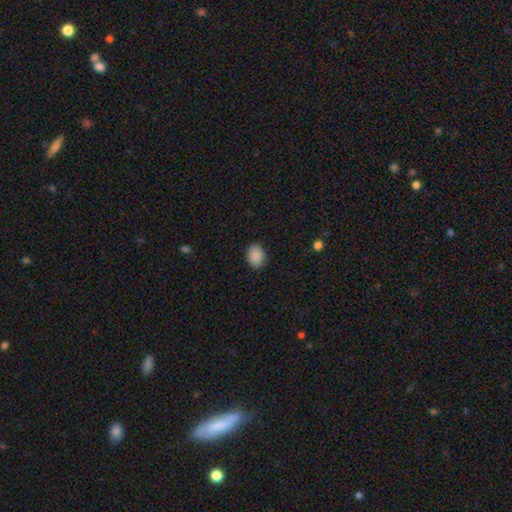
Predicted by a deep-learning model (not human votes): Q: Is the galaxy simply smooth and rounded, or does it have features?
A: smooth — 89%.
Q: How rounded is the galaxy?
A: in between — 69%.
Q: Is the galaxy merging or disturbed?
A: none — 87%.